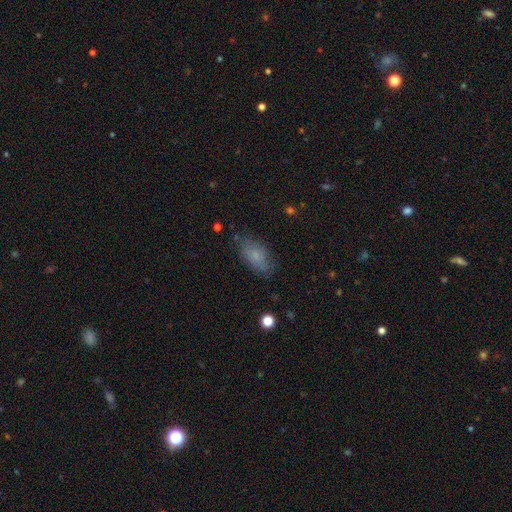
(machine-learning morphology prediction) Smooth or featured: smooth — 71% (featured or disk — 20%)
How rounded: in between — 90% (round — 6%)
Merging: none — 71% (minor disturbance — 21%)